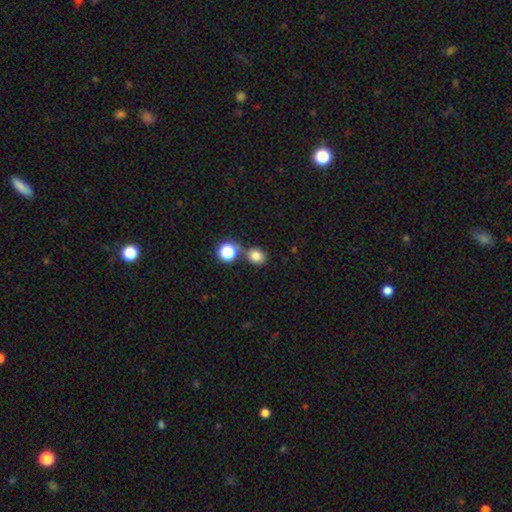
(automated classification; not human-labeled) Morphology: type=smooth (80%); roundness=round (63%); merging=none (69%).